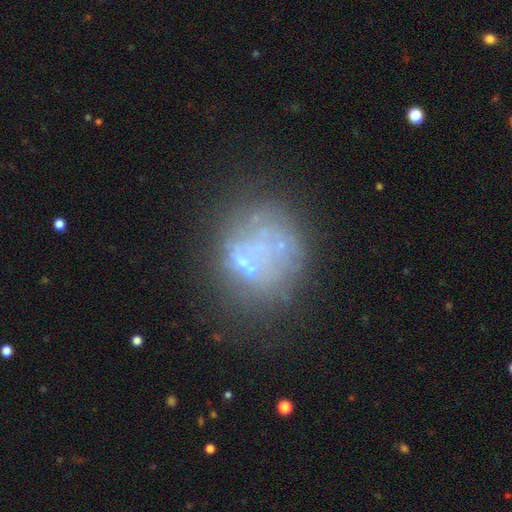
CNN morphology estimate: Q: Smooth or featured?
A: featured or disk (52%); runner-up: smooth (27%)
Q: Edge-on disk?
A: no (97%); runner-up: yes (3%)
Q: Bar?
A: no (91%); runner-up: weak (6%)
Q: Spiral arms?
A: no (95%); runner-up: yes (5%)
Q: Bulge size?
A: none (70%); runner-up: small (19%)
Q: Merging?
A: none (51%); runner-up: major disturbance (19%)